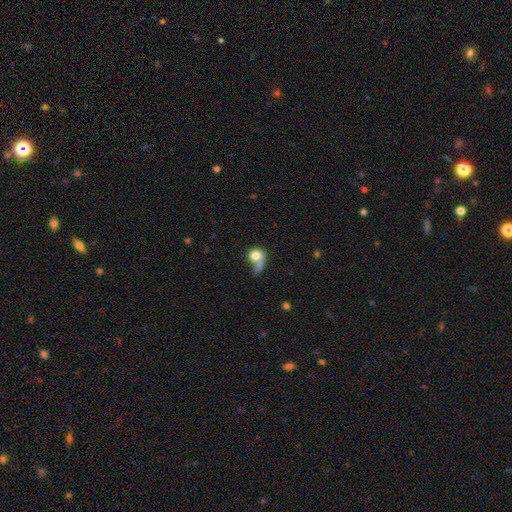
A smooth galaxy with no disk features (74%) that is round (62%).

Vote fractions:
- Smooth or featured? smooth: 74% / featured or disk: 21% / star or artifact: 5%
- How rounded? round: 62% / in between: 38% / cigar-shaped: 0%
- Merging? none: 35% / major disturbance: 30% / merger: 24% / minor disturbance: 11%